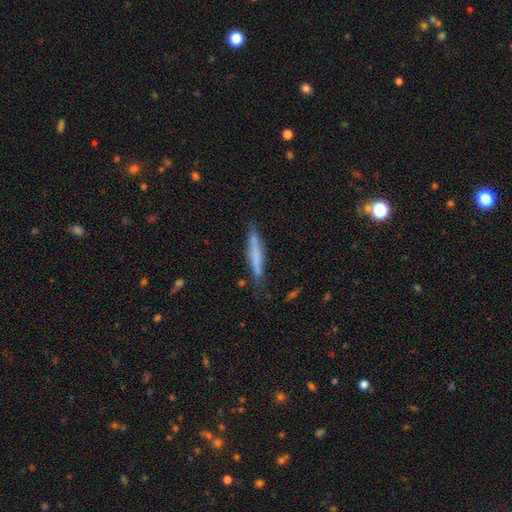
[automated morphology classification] type=smooth (59%); roundness=cigar-shaped (92%); merging=none (71%).